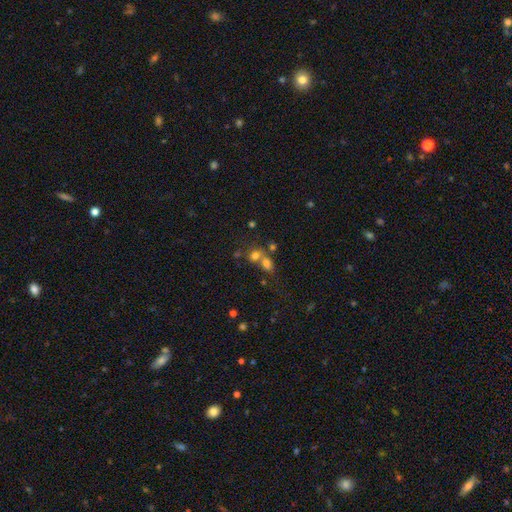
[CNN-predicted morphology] smooth-or-featured: smooth: 69% | star or artifact: 18% | featured or disk: 13%
  how-rounded: round: 65% | in between: 34% | cigar-shaped: 1%
  merging: merger: 50% | none: 38% | minor disturbance: 7% | major disturbance: 4%